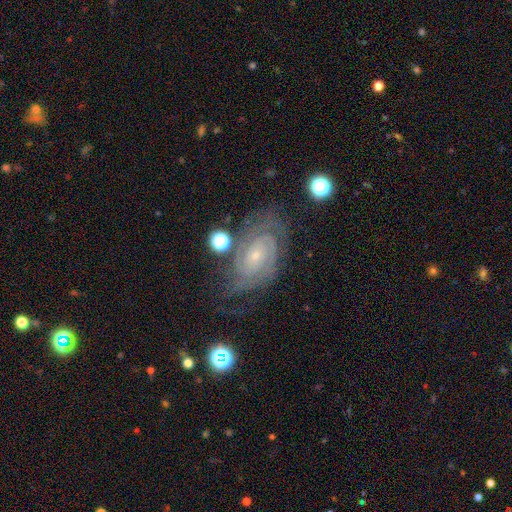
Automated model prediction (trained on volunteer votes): featured or disk 86%, star or artifact 7%, smooth 7%. Down the decision tree: edge-on disk — no (96%); bar — no (68%); spiral arms — yes (97%); spiral arm count — 2 (39%); spiral winding — tight (75%); bulge size — small (81%); merging — none (71%).